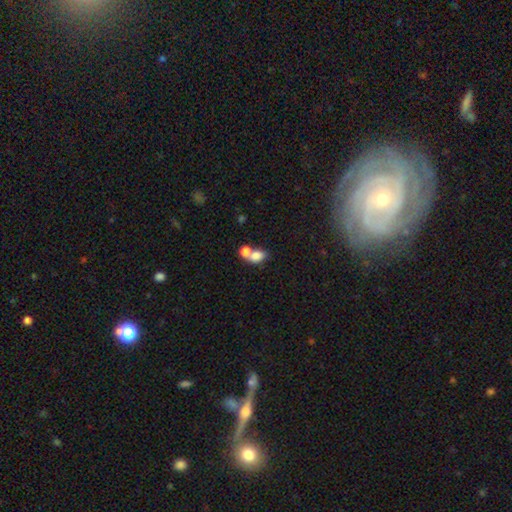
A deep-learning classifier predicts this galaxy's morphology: This is likely a smooth galaxy (77%). How rounded: likely in between (78%). Merging: possibly merger (49%).